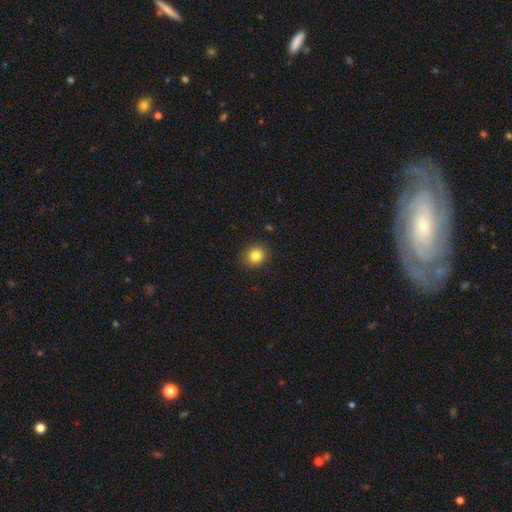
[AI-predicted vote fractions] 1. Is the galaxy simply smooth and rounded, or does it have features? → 84% smooth, 11% star or artifact, 6% featured or disk.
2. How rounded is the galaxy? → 82% round, 17% in between, 1% cigar-shaped.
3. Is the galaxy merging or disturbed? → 90% none, 7% minor disturbance, 2% major disturbance, 1% merger.